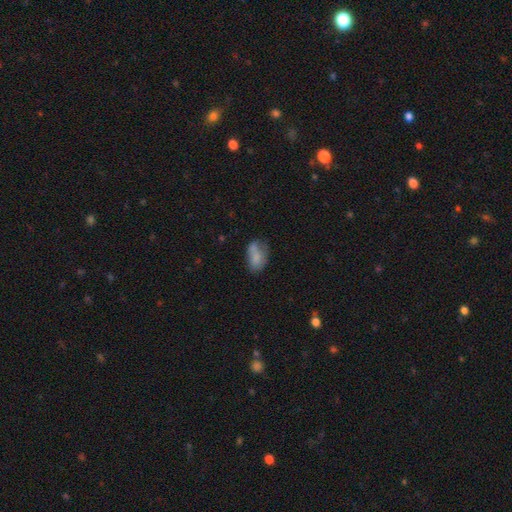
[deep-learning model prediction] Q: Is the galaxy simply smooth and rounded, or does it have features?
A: smooth — 73%.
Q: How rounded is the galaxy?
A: in between — 89%.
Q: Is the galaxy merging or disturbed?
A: none — 43%.